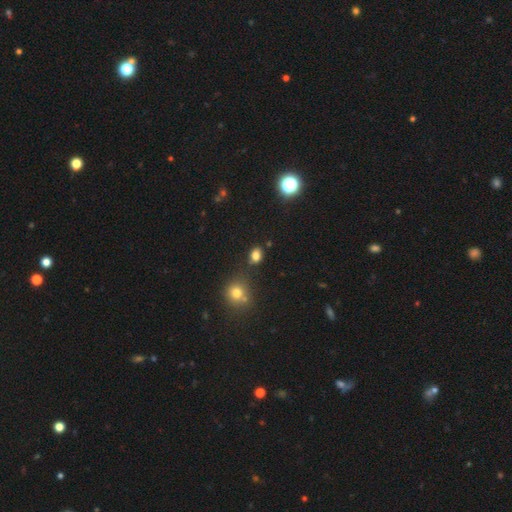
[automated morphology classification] smooth_or_featured: smooth (p=0.78) [alt: star or artifact p=0.16]
how_rounded: in between (p=0.60) [alt: round p=0.38]
merging: none (p=0.76) [alt: minor disturbance p=0.13]